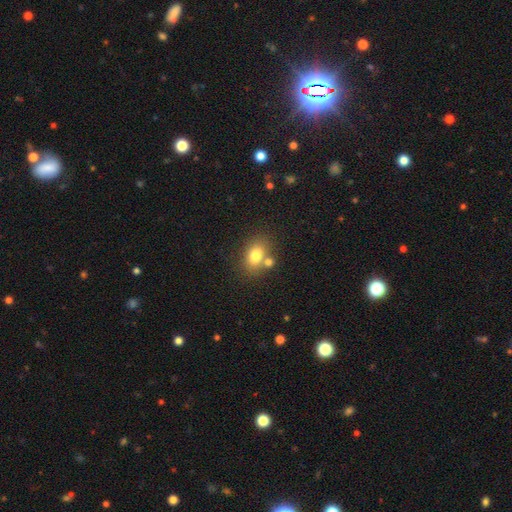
Smooth or featured?
  - smooth: 74% *
  - featured or disk: 18%
  - star or artifact: 8%
How rounded?
  - in between: 83% *
  - round: 17%
  - cigar-shaped: 0%
Merging?
  - merger: 53% *
  - none: 31%
  - minor disturbance: 14%
  - major disturbance: 3%